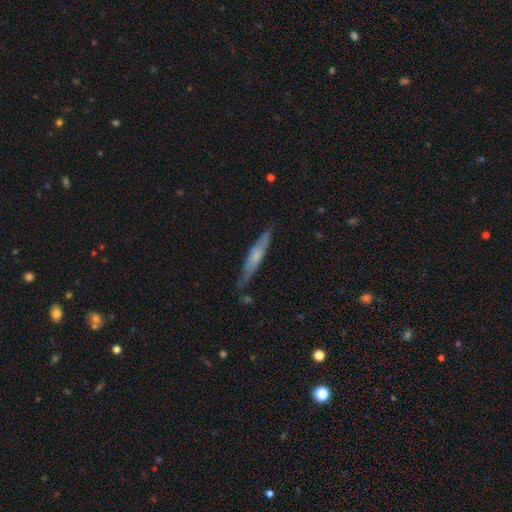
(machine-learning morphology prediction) Smooth or featured: smooth — 50% (featured or disk — 45%)
Merging: none — 77% (minor disturbance — 17%)